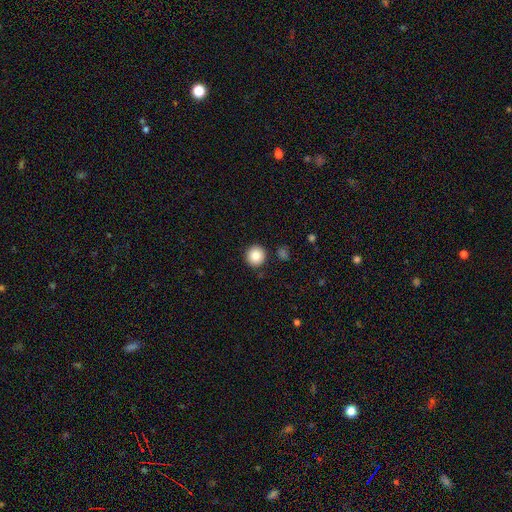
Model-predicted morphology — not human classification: smooth 86%, star or artifact 9%, featured or disk 5%. Down the decision tree: how rounded — round (93%); merging — none (90%).